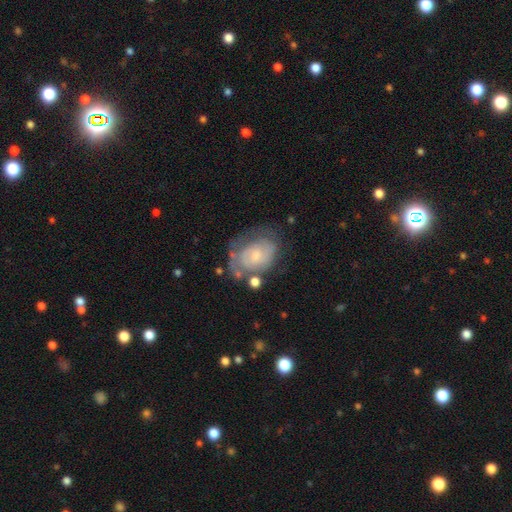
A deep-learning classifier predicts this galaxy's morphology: This appears to be a featured or disk galaxy (61%) with no bar (74%), spiral arms (68%) and a small central bulge (54%). Merging: none (49%).